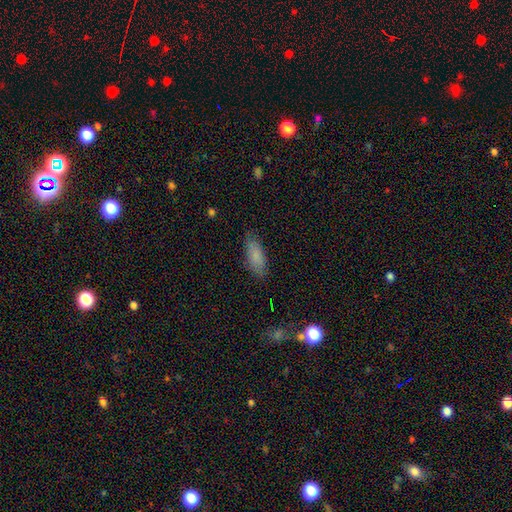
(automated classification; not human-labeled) A smooth galaxy with no disk features (82%) that is in between round and cigar-shaped (74%). Merging: none (81%).